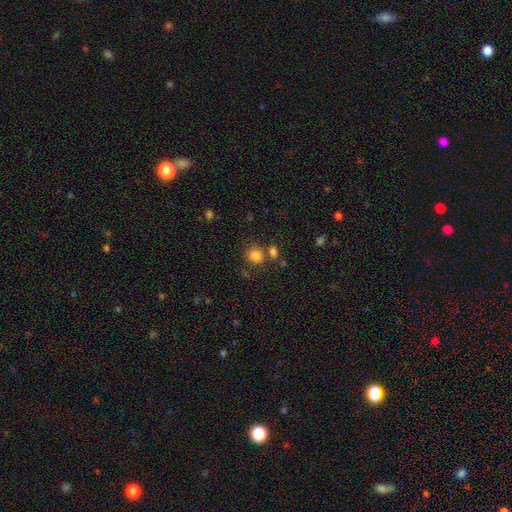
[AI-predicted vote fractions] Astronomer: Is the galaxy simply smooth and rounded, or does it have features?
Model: smooth — 83%.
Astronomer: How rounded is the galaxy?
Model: round — 82%.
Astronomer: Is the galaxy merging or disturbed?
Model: none — 68%.